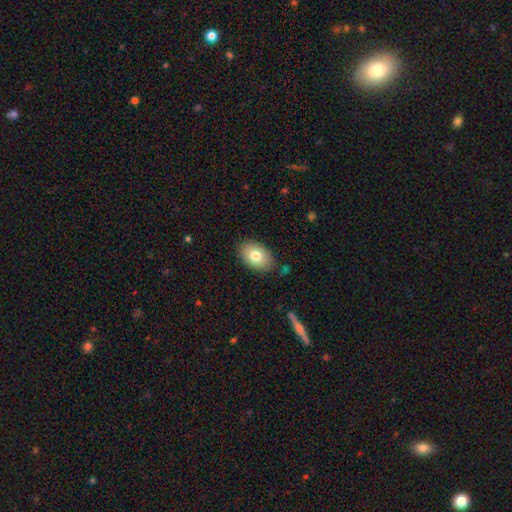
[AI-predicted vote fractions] smooth-or-featured: smooth: 78% | featured or disk: 15% | star or artifact: 8%
  how-rounded: in between: 88% | round: 11% | cigar-shaped: 1%
  merging: none: 84% | minor disturbance: 11% | major disturbance: 3% | merger: 2%